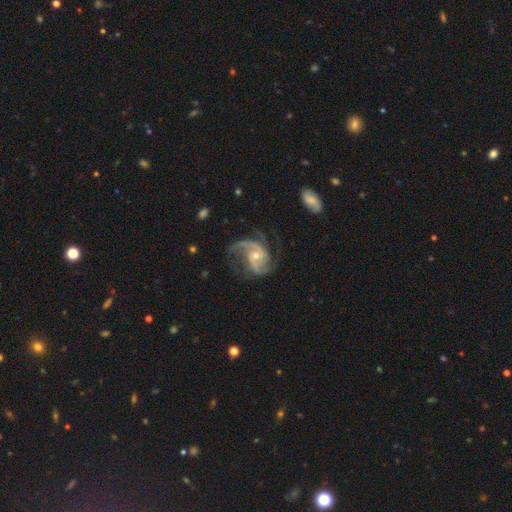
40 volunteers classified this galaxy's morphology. featured or disk 95%, smooth 2%, star or artifact 2%. Down the decision tree: edge-on disk — no (100%); bar — no (82%); spiral arms — yes (100%); spiral arm count — 2 (53%); spiral winding — medium (66%); bulge size — small (66%); merging — none (44%).